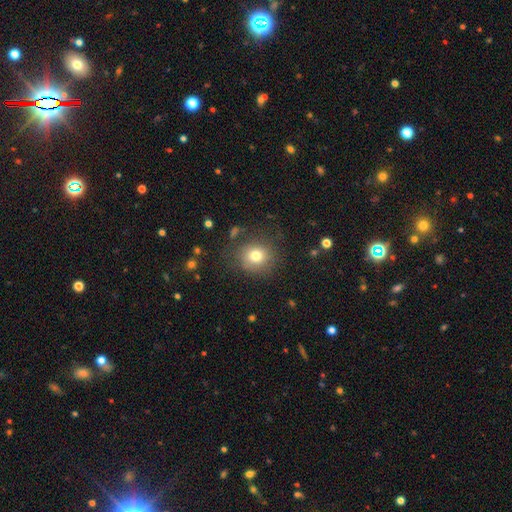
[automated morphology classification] Overall: smooth (76%). How rounded: round (85%). Merging: none (77%).